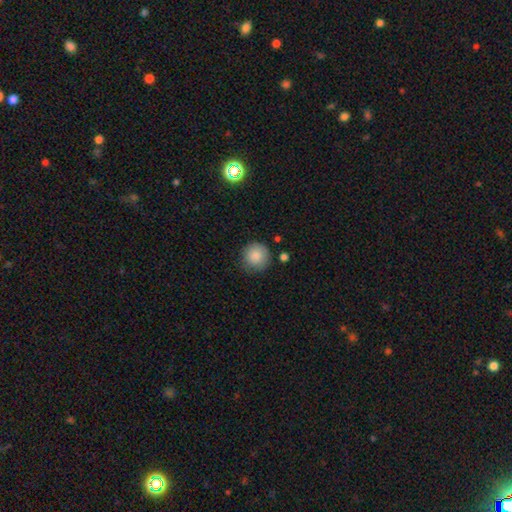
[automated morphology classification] This is clearly a smooth galaxy (87%). How rounded: clearly round (94%). Merging: clearly none (83%).